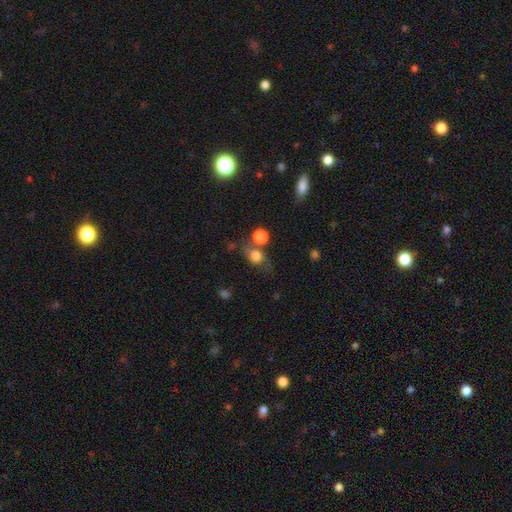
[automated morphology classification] This appears to be a smooth galaxy with no disk features (72%) that is round (57%). Merging: none (55%).